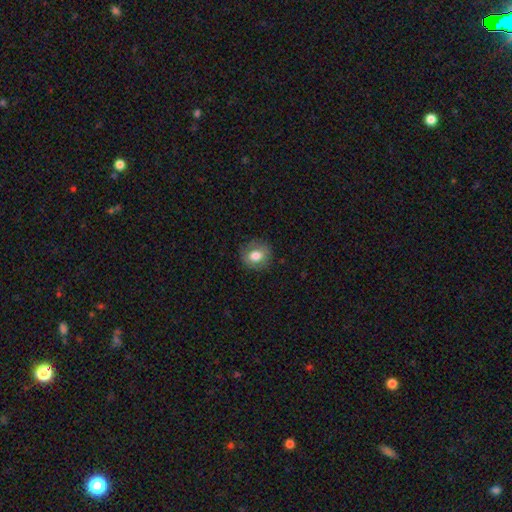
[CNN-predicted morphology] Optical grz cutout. It shows a smooth galaxy with no disk features (75%) that is round (74%). Merging: none (83%).